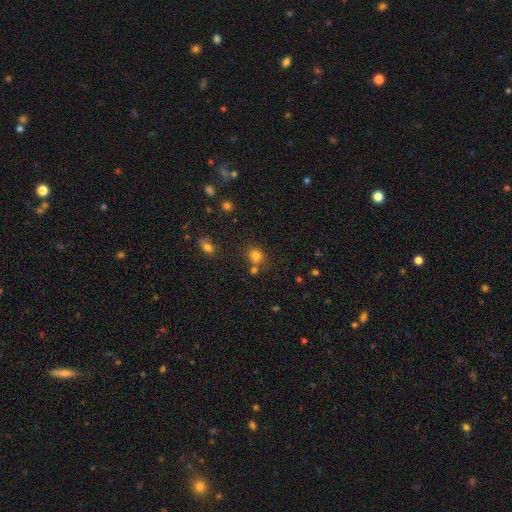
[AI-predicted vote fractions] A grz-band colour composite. It shows a smooth galaxy with no disk features (79%) that is round (73%). Merging: none (65%).